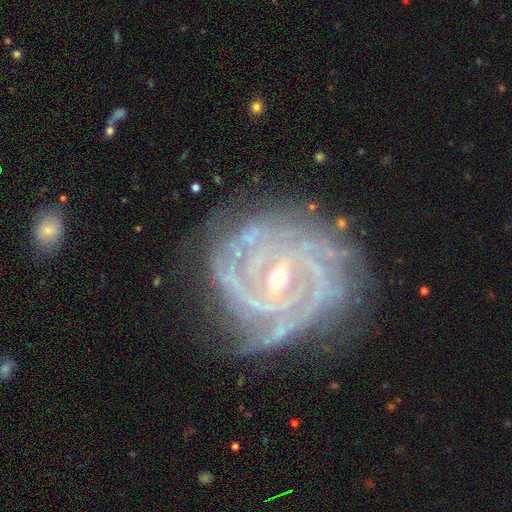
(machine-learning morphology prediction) featured or disk 91%, star or artifact 6%, smooth 3%. Down the decision tree: edge-on disk — no (97%); bar — no (42%); spiral arms — yes (98%); spiral arm count — 4 (24%); spiral winding — tight (80%); bulge size — small (66%); merging — none (74%).